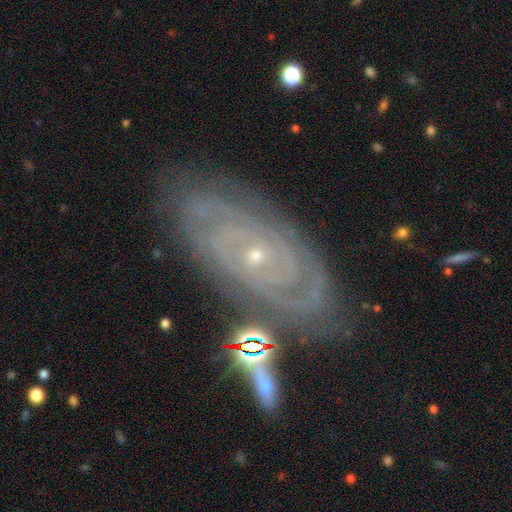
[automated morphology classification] The model was most divided on "spiral arm count": 2: 31%, can't tell: 29%, 3: 15%, 4: 11%, more than 4: 9%, 1: 6%. More confident: spiral arms — yes (97%); edge-on disk — no (94%); smooth or featured — featured or disk (87%); spiral winding — tight (85%); bulge size — small (83%); bar — no (79%); merging — none (74%).